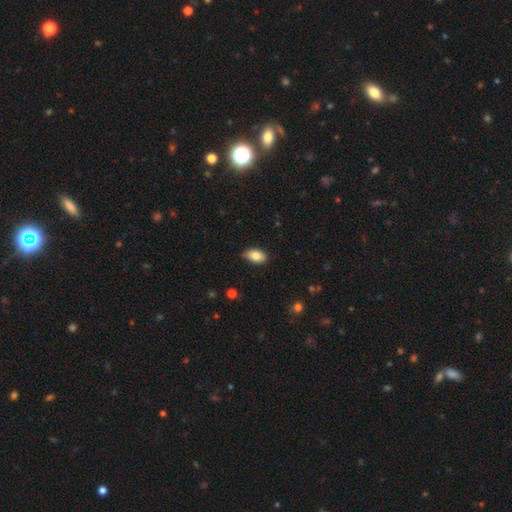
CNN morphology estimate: type=smooth (82%); roundness=in between (92%); merging=none (82%).